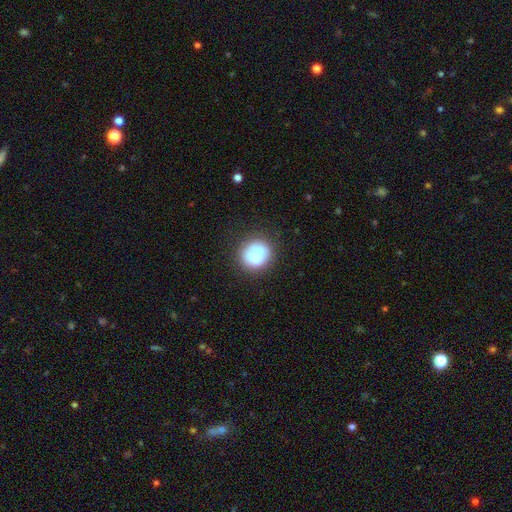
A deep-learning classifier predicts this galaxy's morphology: type=smooth (65%); roundness=round (83%); merging=none (61%).